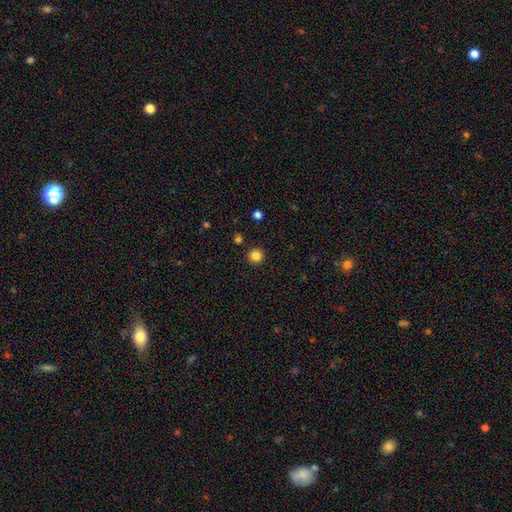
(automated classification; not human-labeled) smooth_or_featured: smooth (p=0.84) [alt: star or artifact p=0.12]
how_rounded: round (p=0.95) [alt: in between p=0.04]
merging: none (p=0.92) [alt: minor disturbance p=0.05]